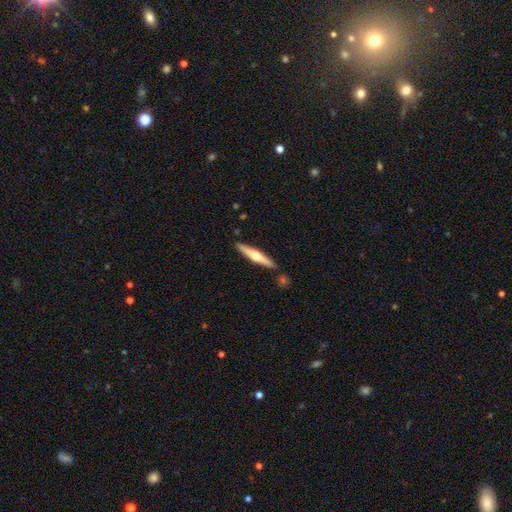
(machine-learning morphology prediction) The model was most divided on "smooth or featured": featured or disk: 60%, smooth: 35%, star or artifact: 5%. More confident: edge-on disk — yes (96%); edge-on bulge — rounded (94%); merging — none (88%).